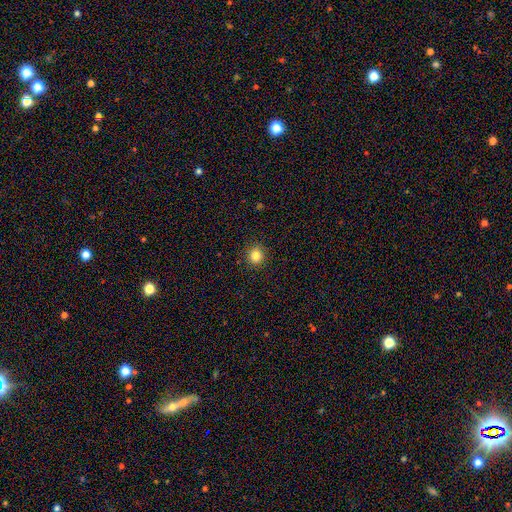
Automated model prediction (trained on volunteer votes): Overall: smooth (83%). How rounded: round (89%). Merging: none (91%).